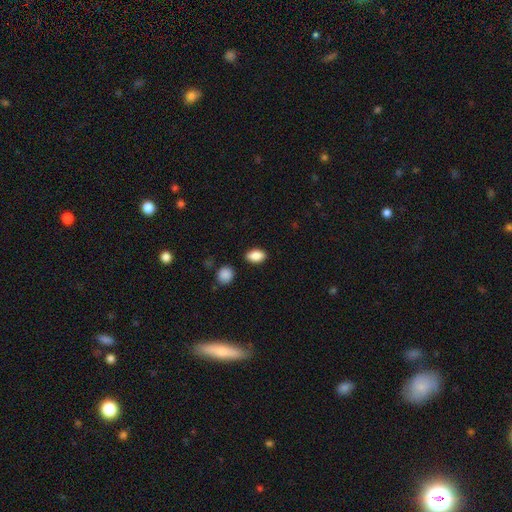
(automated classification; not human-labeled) smooth_or_featured: smooth (p=0.88) [alt: star or artifact p=0.07]
how_rounded: in between (p=0.89) [alt: round p=0.08]
merging: none (p=0.87) [alt: minor disturbance p=0.08]